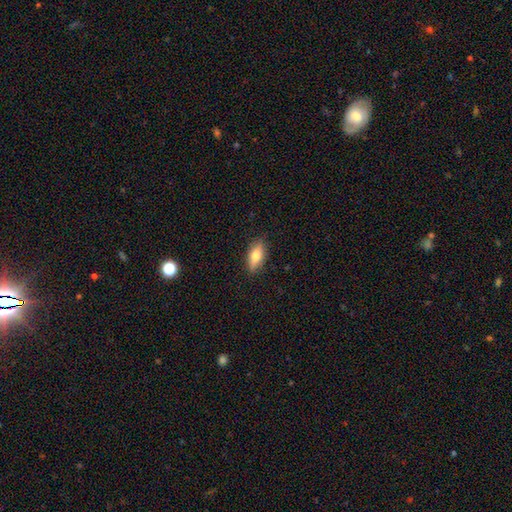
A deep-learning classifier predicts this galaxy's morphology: Smooth or featured? smooth (68%)
How rounded? in between (74%)
Merging? none (85%)